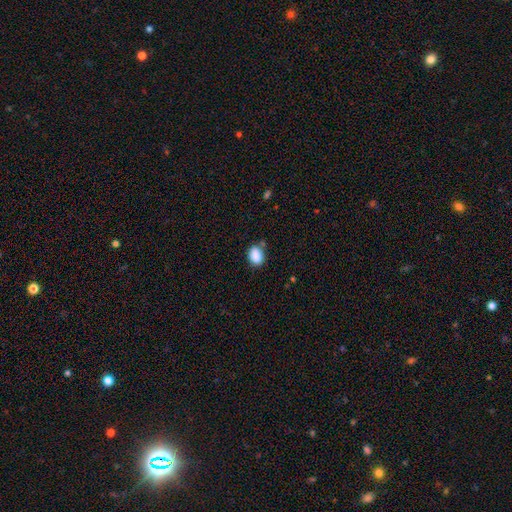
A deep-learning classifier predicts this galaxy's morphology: Smooth or featured? smooth (88%)
How rounded? in between (75%)
Merging? none (72%)